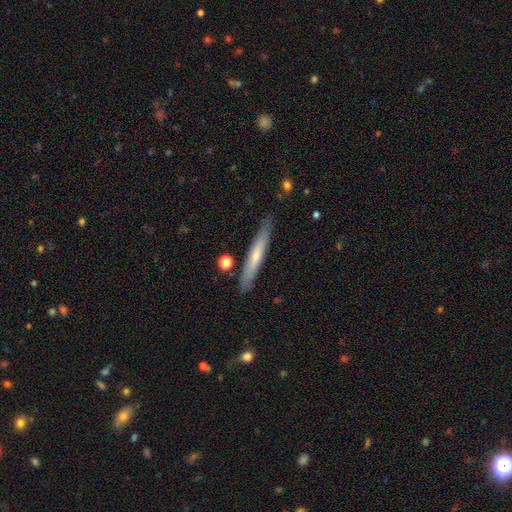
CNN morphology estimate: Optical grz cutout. It shows a smooth galaxy with no disk features (55%) that is cigar-shaped (95%). Merging: none (87%).